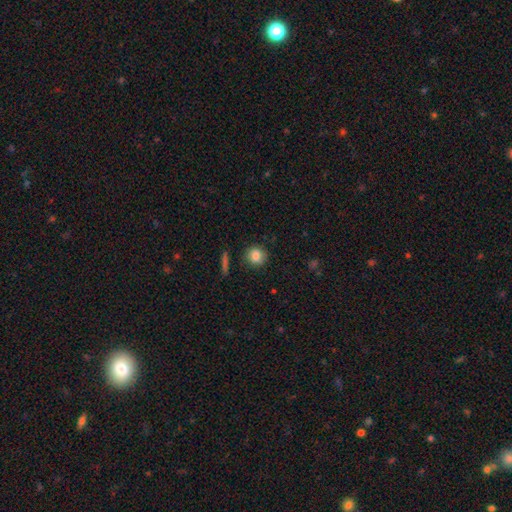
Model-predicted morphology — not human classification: Smooth or featured? Predicted: smooth (p=0.84). How rounded? Predicted: round (p=0.90). Merging? Predicted: none (p=0.89).